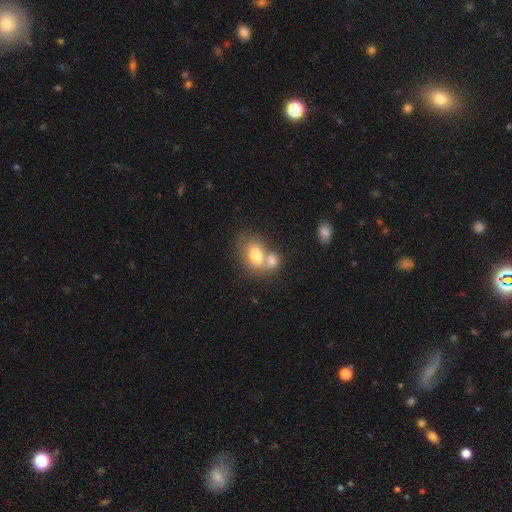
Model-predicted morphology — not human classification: smooth_or_featured: smooth (p=0.74) [alt: featured or disk p=0.18]
how_rounded: in between (p=0.70) [alt: round p=0.29]
merging: merger (p=0.57) [alt: none p=0.28]